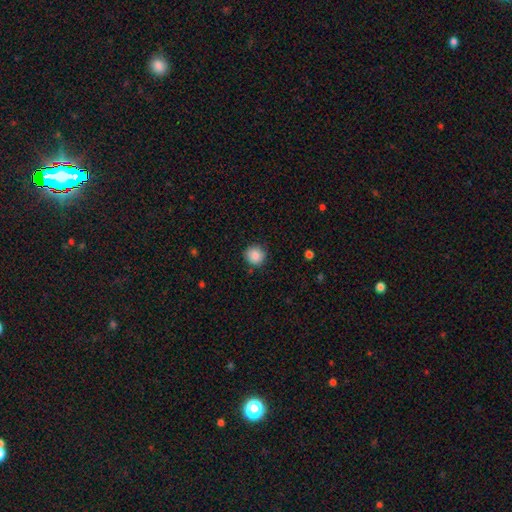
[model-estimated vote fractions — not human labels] Morphology: type=smooth (87%); roundness=round (92%); merging=none (86%).